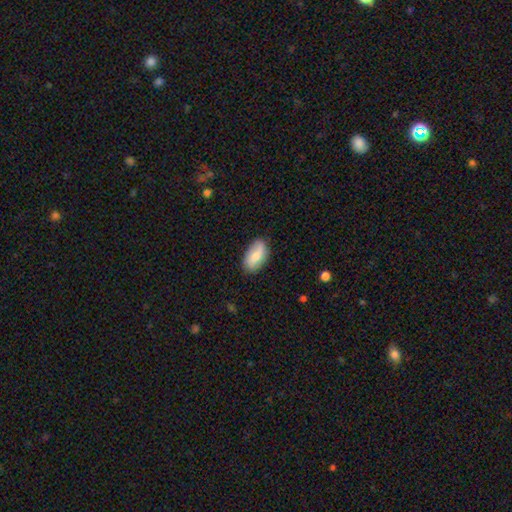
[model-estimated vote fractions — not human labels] This appears to be a smooth galaxy with no disk features (70%) that is in between round and cigar-shaped (93%). Merging: none (84%).